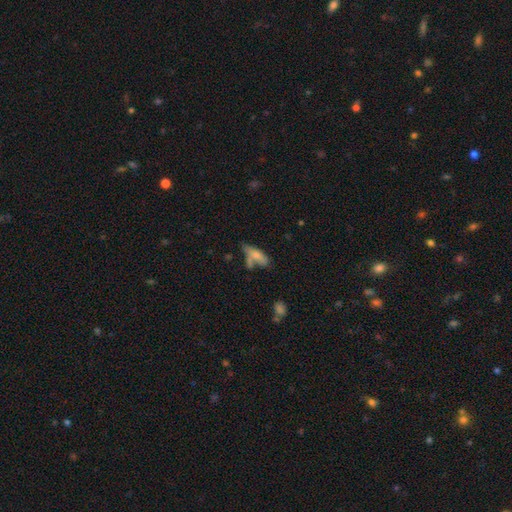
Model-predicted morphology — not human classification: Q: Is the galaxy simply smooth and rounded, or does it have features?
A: smooth — 64%.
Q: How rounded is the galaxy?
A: in between — 56%.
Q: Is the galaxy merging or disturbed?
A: none — 41%.